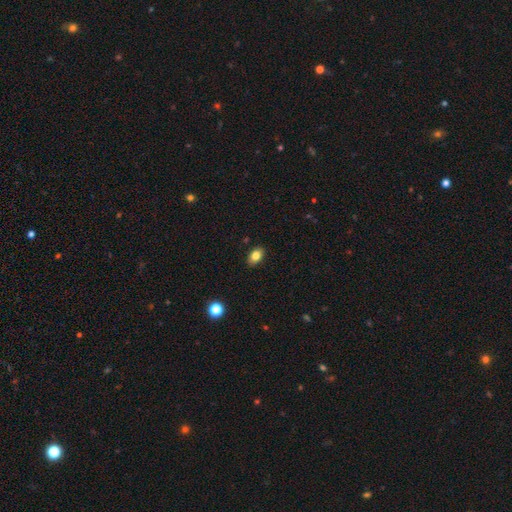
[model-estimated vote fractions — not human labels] smooth-or-featured: smooth: 82% | star or artifact: 9% | featured or disk: 9%
  how-rounded: in between: 85% | round: 13% | cigar-shaped: 1%
  merging: none: 88% | minor disturbance: 9% | major disturbance: 2% | merger: 1%